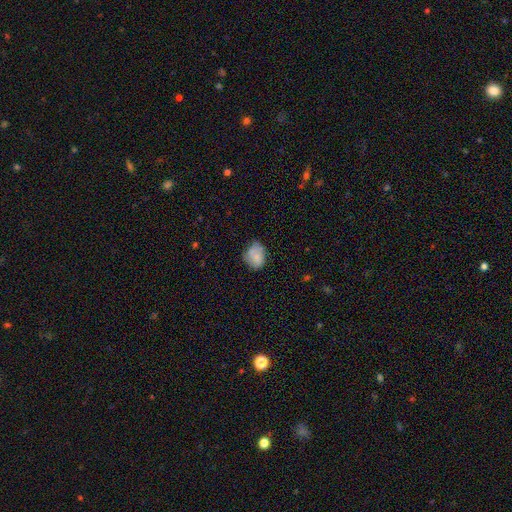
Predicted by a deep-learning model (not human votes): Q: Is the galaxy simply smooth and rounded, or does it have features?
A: smooth — 74%.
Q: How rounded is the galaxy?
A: in between — 64%.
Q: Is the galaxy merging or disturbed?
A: none — 57%.